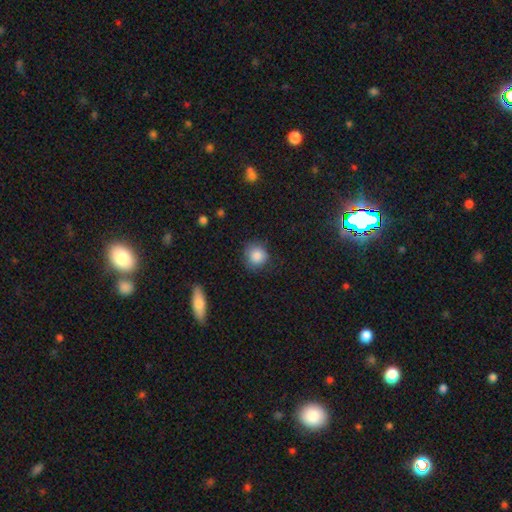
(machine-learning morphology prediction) Smooth or featured?
  - smooth: 86% *
  - star or artifact: 9%
  - featured or disk: 5%
How rounded?
  - round: 87% *
  - in between: 12%
  - cigar-shaped: 1%
Merging?
  - none: 77% *
  - minor disturbance: 17%
  - major disturbance: 4%
  - merger: 1%